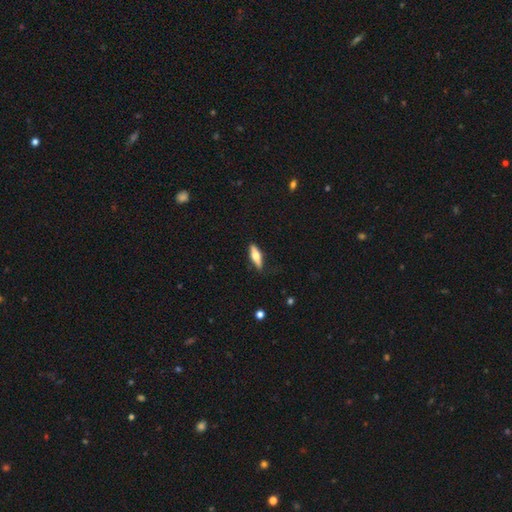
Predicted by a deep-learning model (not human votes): Smooth or featured: smooth — 50% (featured or disk — 45%)
Merging: none — 84% (minor disturbance — 12%)